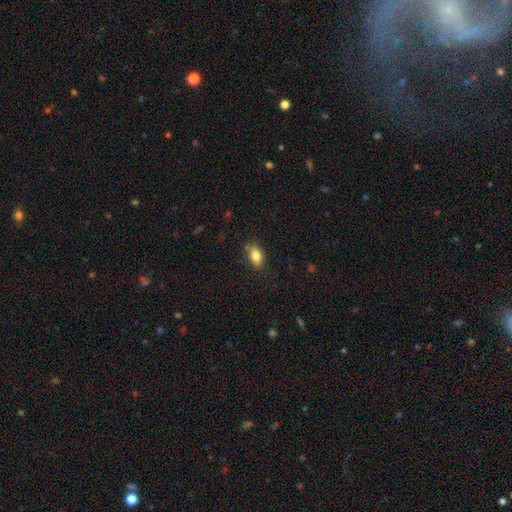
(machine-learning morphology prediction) Smooth or featured? Predicted: smooth (p=0.81). How rounded? Predicted: in between (p=0.87). Merging? Predicted: none (p=0.81).